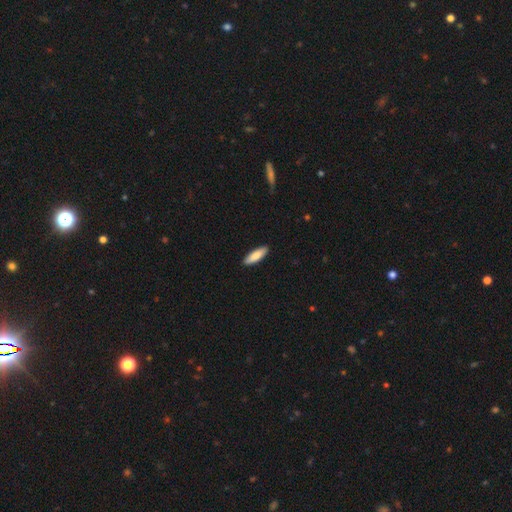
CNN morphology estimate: smooth 83%, featured or disk 12%, star or artifact 5%. Down the decision tree: how rounded — cigar-shaped (54%); merging — none (90%).